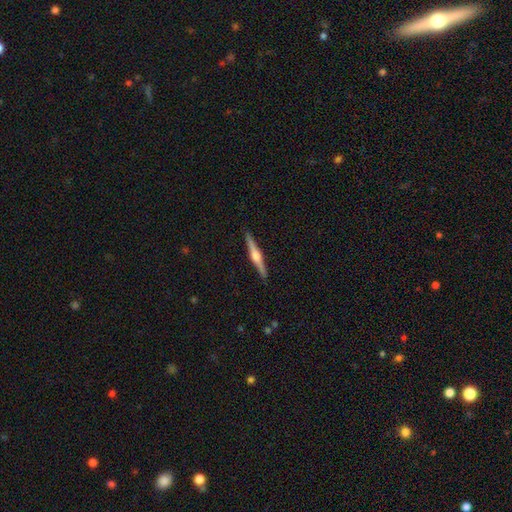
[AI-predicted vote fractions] Morphology: type=featured or disk (76%); edge-on=yes (98%); edge-on bulge=rounded (88%); merging=none (92%).